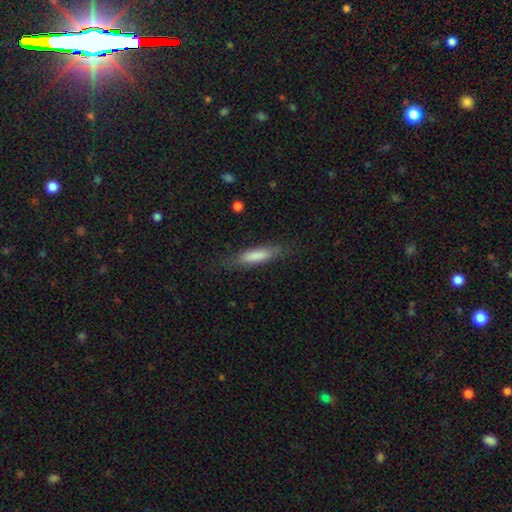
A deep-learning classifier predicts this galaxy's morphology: Q: Smooth or featured?
A: smooth (73%); runner-up: featured or disk (20%)
Q: How rounded?
A: cigar-shaped (76%); runner-up: in between (23%)
Q: Merging?
A: none (79%); runner-up: minor disturbance (15%)